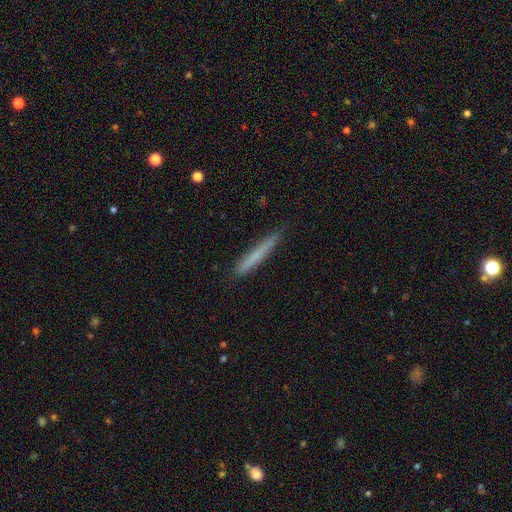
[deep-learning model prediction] The model was most divided on "smooth or featured": smooth: 67%, featured or disk: 26%, star or artifact: 7%. More confident: how rounded — cigar-shaped (96%); merging — none (85%).